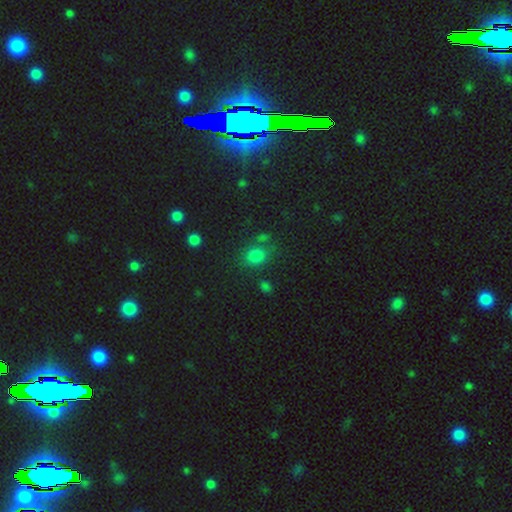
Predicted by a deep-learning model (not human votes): Smooth or featured?
  - smooth: 75% *
  - star or artifact: 18%
  - featured or disk: 7%
How rounded?
  - round: 65% *
  - in between: 34%
  - cigar-shaped: 1%
Merging?
  - none: 68% *
  - minor disturbance: 14%
  - merger: 12%
  - major disturbance: 6%